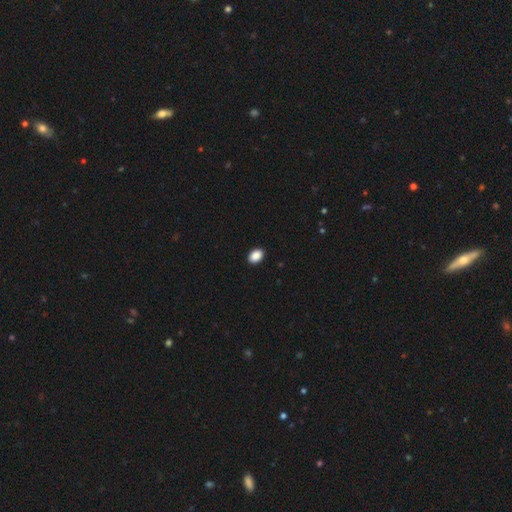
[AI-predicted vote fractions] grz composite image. It shows a smooth galaxy with no disk features (90%) that is in between round and cigar-shaped (82%). Merging: none (91%).